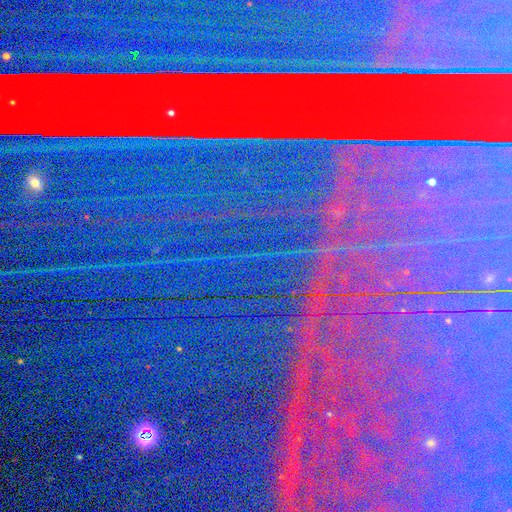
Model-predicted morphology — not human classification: Smooth or featured: star or artifact — 87% (featured or disk — 6%)